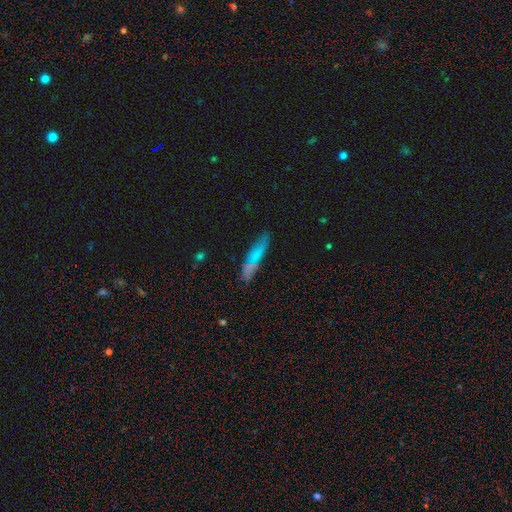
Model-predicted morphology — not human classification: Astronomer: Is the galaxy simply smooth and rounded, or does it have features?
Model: smooth — 66%.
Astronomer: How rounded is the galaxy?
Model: cigar-shaped — 76%.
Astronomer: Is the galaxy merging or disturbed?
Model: none — 68%.